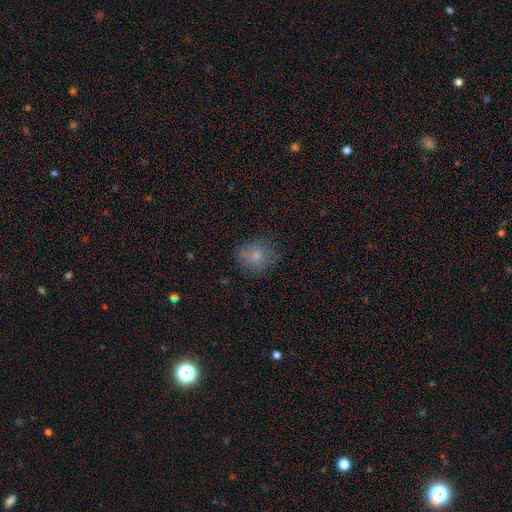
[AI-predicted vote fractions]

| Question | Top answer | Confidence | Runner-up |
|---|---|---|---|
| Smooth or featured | smooth | 72% | featured or disk (16%) |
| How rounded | round | 74% | in between (25%) |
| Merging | none | 69% | minor disturbance (20%) |